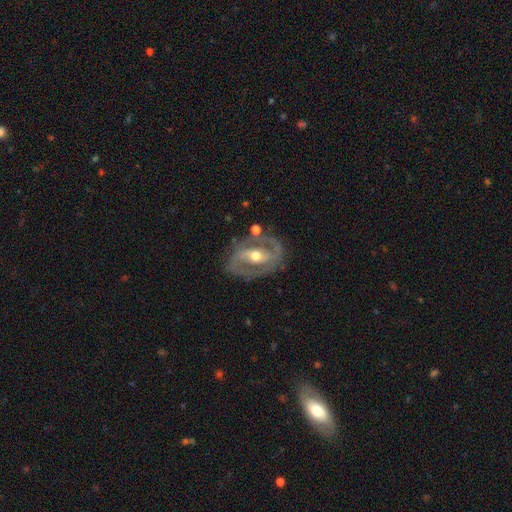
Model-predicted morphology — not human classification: Smooth or featured?
  - featured or disk: 85% *
  - smooth: 10%
  - star or artifact: 5%
Edge-on disk?
  - no: 95% *
  - yes: 5%
Bar?
  - strong: 45% *
  - weak: 33%
  - no: 22%
Spiral arms?
  - yes: 82% *
  - no: 18%
Spiral winding?
  - medium: 48% *
  - tight: 33%
  - loose: 18%
Spiral arm count?
  - 2: 86% *
  - can't tell: 6%
  - 1: 3%
  - 3: 2%
  - 4: 1%
  - more than 4: 1%
Bulge size?
  - moderate: 73% *
  - small: 20%
  - large: 5%
  - none: 1%
  - dominant: 1%
Merging?
  - none: 76% *
  - minor disturbance: 15%
  - major disturbance: 6%
  - merger: 3%